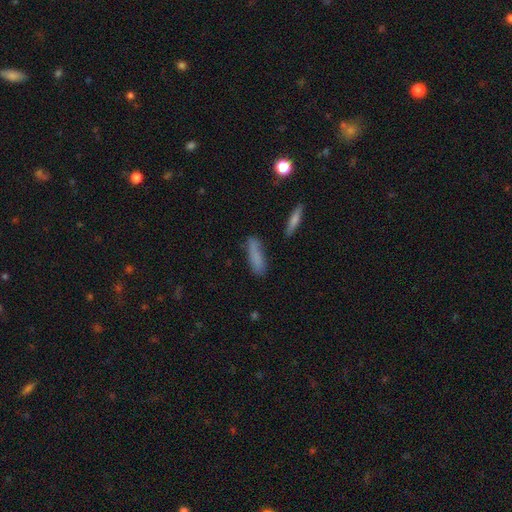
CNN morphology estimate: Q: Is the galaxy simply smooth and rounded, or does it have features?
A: smooth — 79%.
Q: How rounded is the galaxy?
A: cigar-shaped — 63%.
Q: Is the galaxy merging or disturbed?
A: none — 71%.